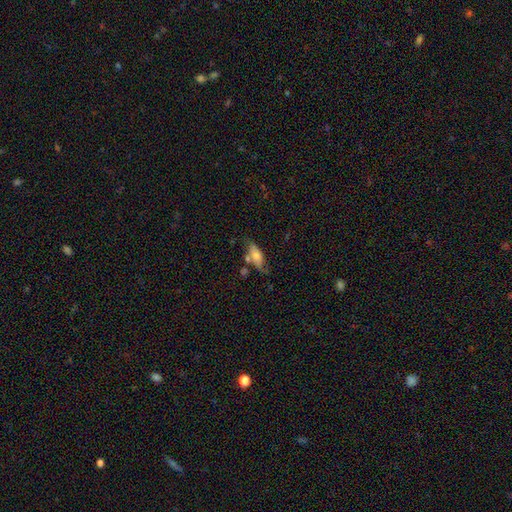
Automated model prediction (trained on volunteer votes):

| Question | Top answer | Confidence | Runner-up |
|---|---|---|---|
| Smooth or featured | smooth | 61% | featured or disk (31%) |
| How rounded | in between | 77% | cigar-shaped (20%) |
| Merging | none | 49% | minor disturbance (26%) |